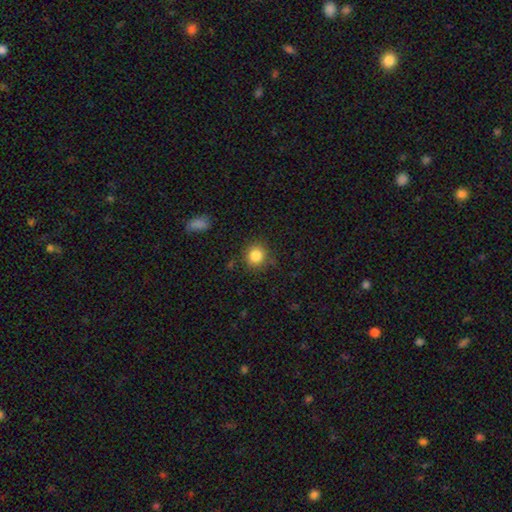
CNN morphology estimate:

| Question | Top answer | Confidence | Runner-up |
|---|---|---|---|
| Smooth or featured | smooth | 85% | star or artifact (10%) |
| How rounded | round | 87% | in between (12%) |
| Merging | none | 84% | minor disturbance (10%) |